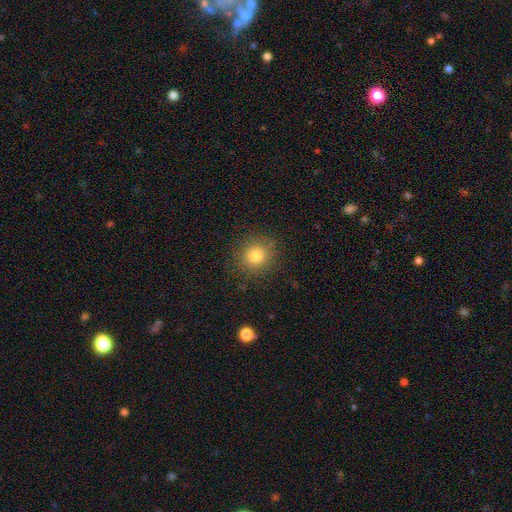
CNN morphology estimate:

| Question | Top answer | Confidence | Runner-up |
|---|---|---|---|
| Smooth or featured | smooth | 80% | star or artifact (13%) |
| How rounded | round | 90% | in between (9%) |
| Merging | none | 88% | minor disturbance (7%) |